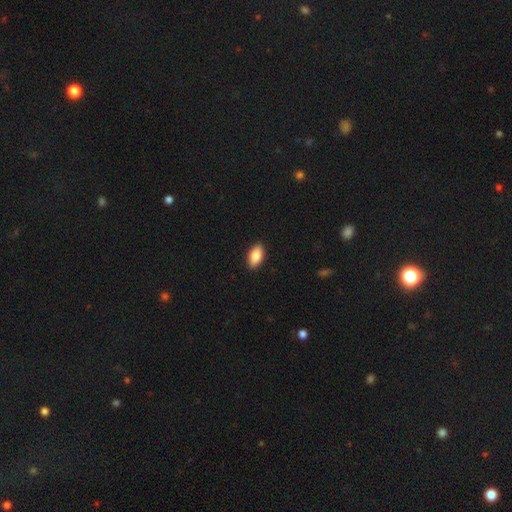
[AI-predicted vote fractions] Smooth or featured: smooth — 86% (featured or disk — 7%)
How rounded: in between — 91% (cigar-shaped — 5%)
Merging: none — 90% (minor disturbance — 8%)